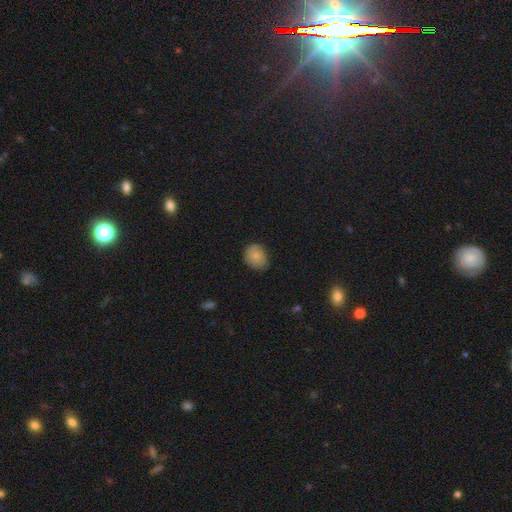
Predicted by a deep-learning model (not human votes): Q: Smooth or featured?
A: smooth (82%); runner-up: featured or disk (10%)
Q: How rounded?
A: in between (53%); runner-up: round (47%)
Q: Merging?
A: none (65%); runner-up: minor disturbance (29%)